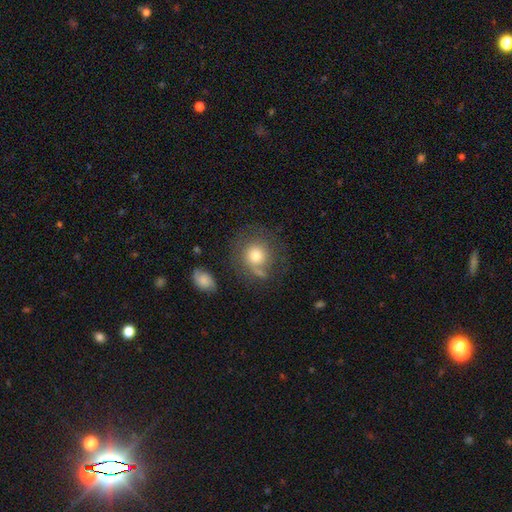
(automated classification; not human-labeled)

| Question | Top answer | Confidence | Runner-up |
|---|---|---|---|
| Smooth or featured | smooth | 69% | featured or disk (21%) |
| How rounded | round | 86% | in between (13%) |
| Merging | none | 60% | minor disturbance (19%) |